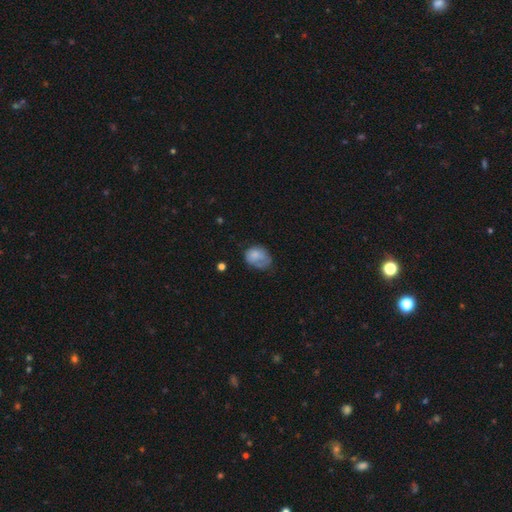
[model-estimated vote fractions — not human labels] This is likely a smooth galaxy (69%). How rounded: likely in between (64%). Merging: marginally none (38%).